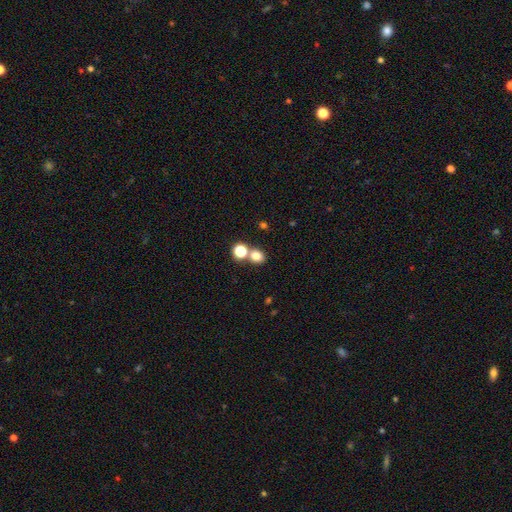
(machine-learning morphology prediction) Overall: smooth (76%). How rounded: round (67%; in between 32%). Merging: none (59%; merger 30%).